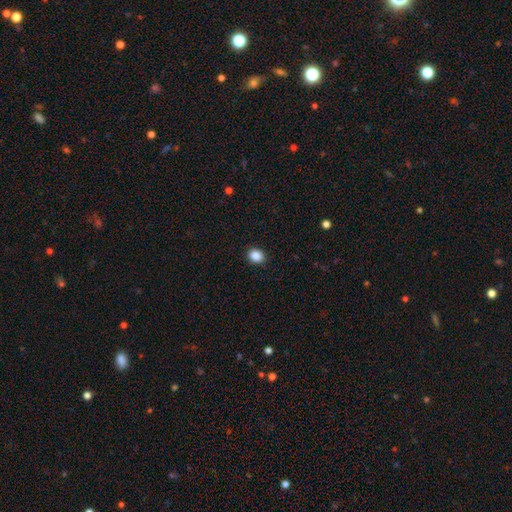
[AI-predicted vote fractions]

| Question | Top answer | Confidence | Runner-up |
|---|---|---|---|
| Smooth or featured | smooth | 88% | star or artifact (9%) |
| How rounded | round | 54% | in between (45%) |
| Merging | none | 91% | minor disturbance (6%) |